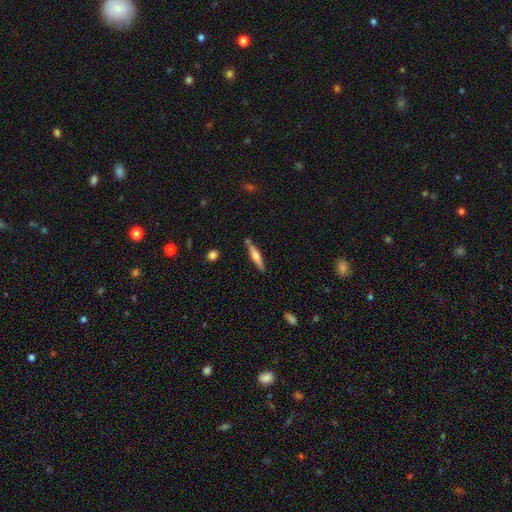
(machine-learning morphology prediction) Smooth or featured? smooth (55%)
How rounded? cigar-shaped (83%)
Merging? none (78%)